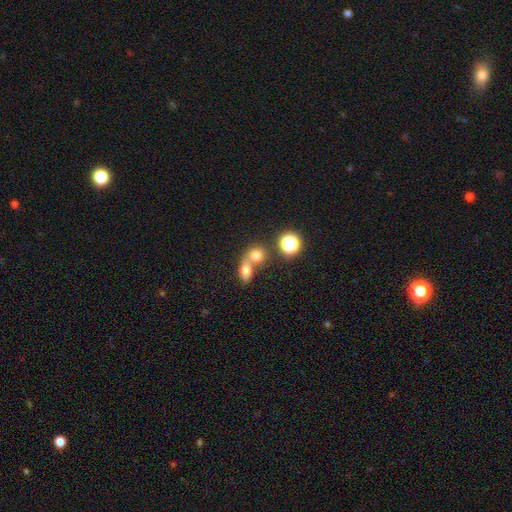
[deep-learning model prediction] This appears to be a smooth galaxy with no disk features (73%) that is round (60%). Merging: merger (55%).